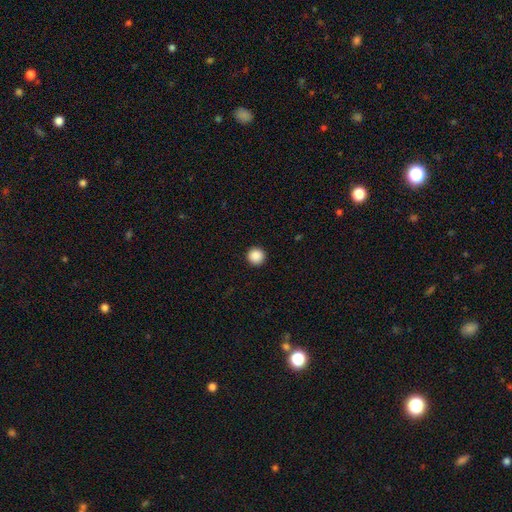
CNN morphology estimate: This is clearly a smooth galaxy (89%). How rounded: clearly round (96%). Merging: clearly none (94%).